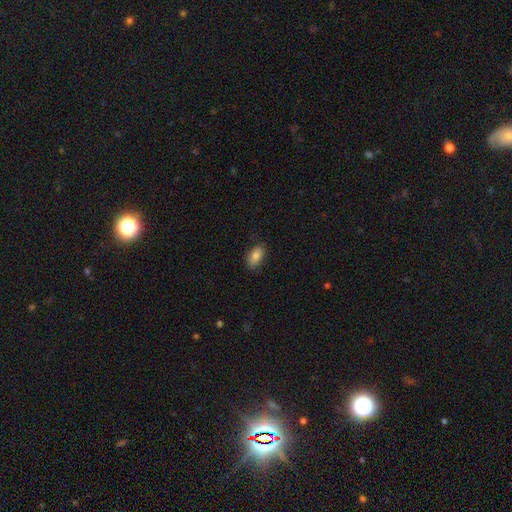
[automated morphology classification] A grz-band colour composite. It shows a smooth galaxy with no disk features (81%) that is in between round and cigar-shaped (92%). Merging: none (82%).